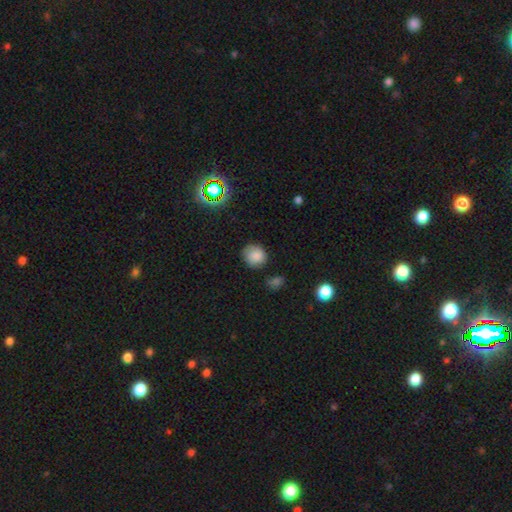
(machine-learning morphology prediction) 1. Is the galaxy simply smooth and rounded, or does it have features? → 81% smooth, 11% star or artifact, 8% featured or disk.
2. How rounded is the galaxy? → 81% round, 18% in between, 1% cigar-shaped.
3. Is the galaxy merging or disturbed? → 74% none, 19% minor disturbance, 4% major disturbance, 3% merger.